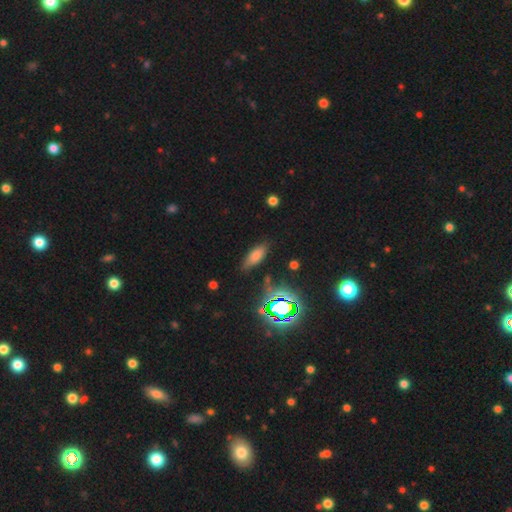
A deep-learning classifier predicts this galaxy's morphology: Q: Smooth or featured?
A: smooth (69%); runner-up: star or artifact (19%)
Q: How rounded?
A: in between (72%); runner-up: cigar-shaped (24%)
Q: Merging?
A: none (77%); runner-up: minor disturbance (16%)